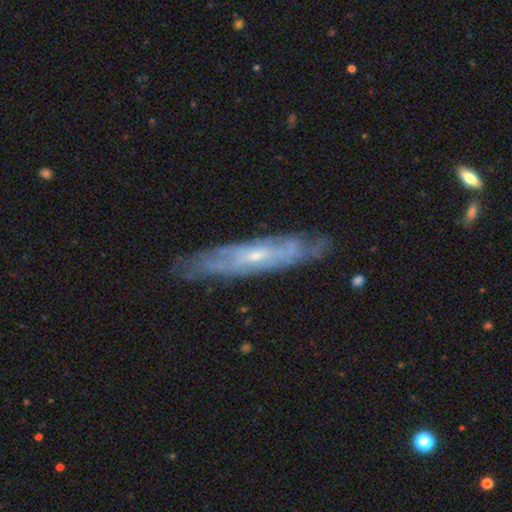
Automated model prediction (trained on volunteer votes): Smooth or featured? featured or disk (77%)
Edge-on disk? no (54%)
Merging? none (80%)